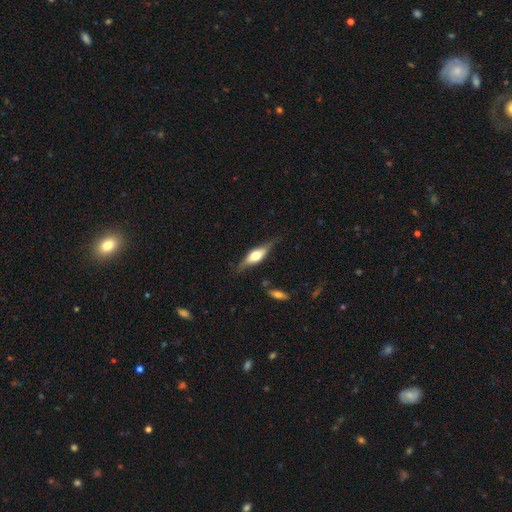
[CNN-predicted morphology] This appears to be a featured or disk galaxy (67%) viewed edge-on (94%) with a rounded central bulge (89%). Merging: none (78%).